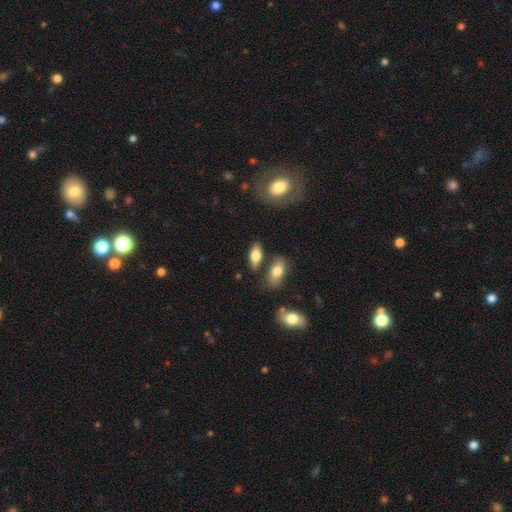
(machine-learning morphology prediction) A smooth galaxy with no disk features (72%) that is in between round and cigar-shaped (79%).

Vote fractions:
- Smooth or featured? smooth: 72% / featured or disk: 21% / star or artifact: 7%
- How rounded? in between: 79% / cigar-shaped: 17% / round: 4%
- Merging? none: 75% / minor disturbance: 12% / merger: 9% / major disturbance: 4%